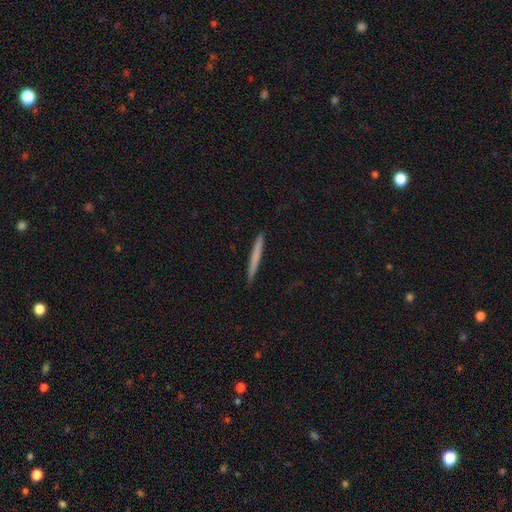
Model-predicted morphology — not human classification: Q: Smooth or featured?
A: smooth (64%); runner-up: featured or disk (31%)
Q: How rounded?
A: cigar-shaped (97%); runner-up: in between (2%)
Q: Merging?
A: none (92%); runner-up: minor disturbance (6%)